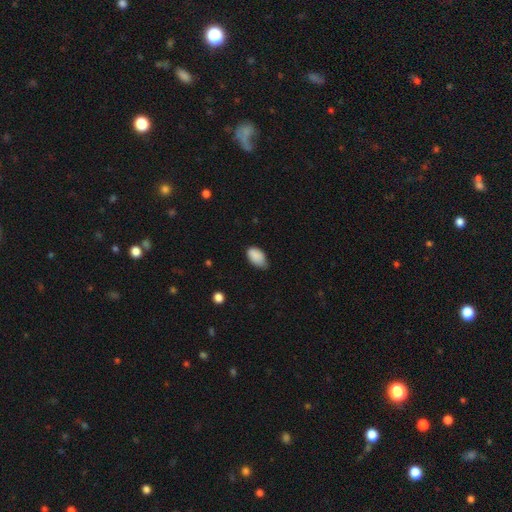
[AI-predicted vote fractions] Smooth or featured? Predicted: smooth (p=0.88). How rounded? Predicted: in between (p=0.92). Merging? Predicted: none (p=0.55).